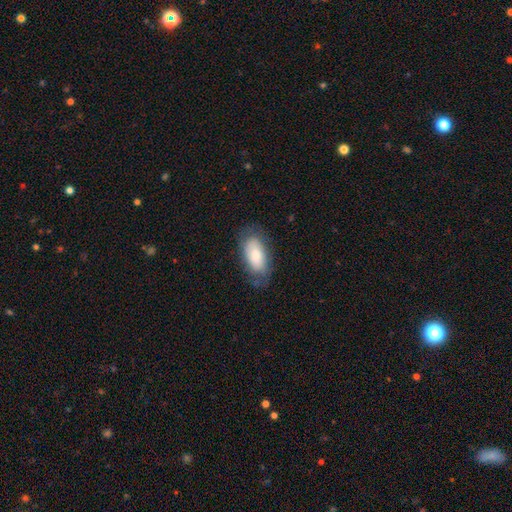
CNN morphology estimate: Smooth or featured? smooth (74%)
How rounded? in between (92%)
Merging? none (70%)